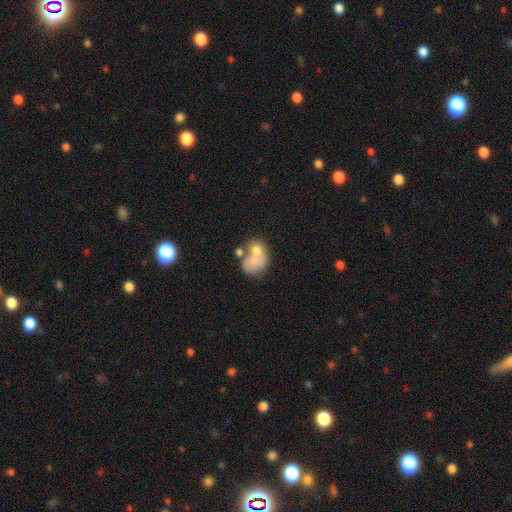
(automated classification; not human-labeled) Smooth or featured?
  - smooth: 59% *
  - featured or disk: 31%
  - star or artifact: 10%
How rounded?
  - in between: 52% *
  - round: 47%
  - cigar-shaped: 1%
Merging?
  - merger: 54% *
  - none: 25%
  - minor disturbance: 12%
  - major disturbance: 9%